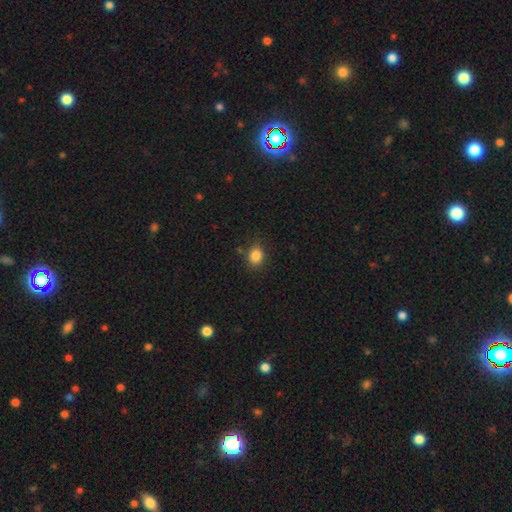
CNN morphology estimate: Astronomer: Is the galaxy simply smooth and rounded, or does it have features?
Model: smooth — 85%.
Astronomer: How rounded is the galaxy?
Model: round — 55% (runner-up: in between, 44%).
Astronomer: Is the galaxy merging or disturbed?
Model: none — 83%.